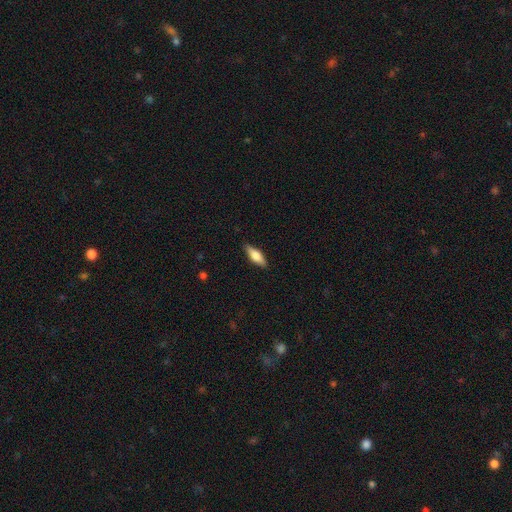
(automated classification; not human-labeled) smooth-or-featured: smooth: 69% | featured or disk: 25% | star or artifact: 6%
  how-rounded: in between: 58% | cigar-shaped: 40% | round: 2%
  merging: none: 87% | minor disturbance: 10% | major disturbance: 2% | merger: 1%